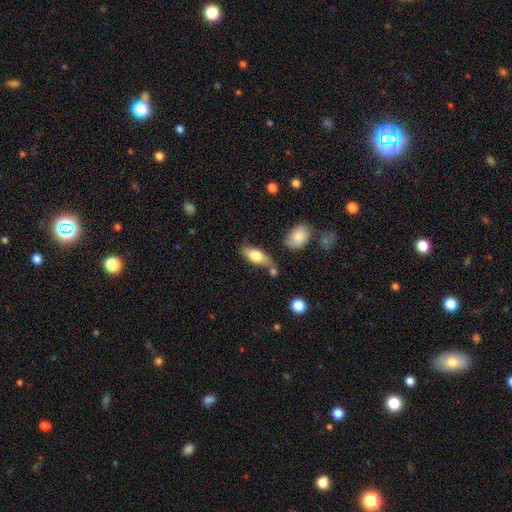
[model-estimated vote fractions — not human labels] Smooth or featured?
  - smooth: 74% *
  - featured or disk: 20%
  - star or artifact: 6%
How rounded?
  - in between: 80% *
  - cigar-shaped: 17%
  - round: 3%
Merging?
  - none: 64% *
  - minor disturbance: 19%
  - merger: 12%
  - major disturbance: 5%